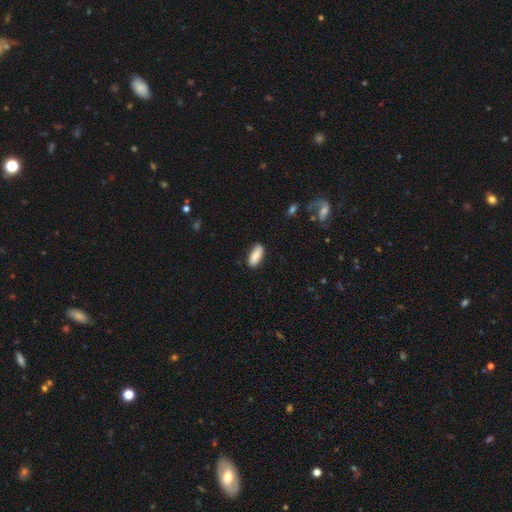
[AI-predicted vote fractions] Smooth or featured: smooth — 83% (featured or disk — 11%)
How rounded: in between — 82% (cigar-shaped — 16%)
Merging: none — 85% (minor disturbance — 11%)